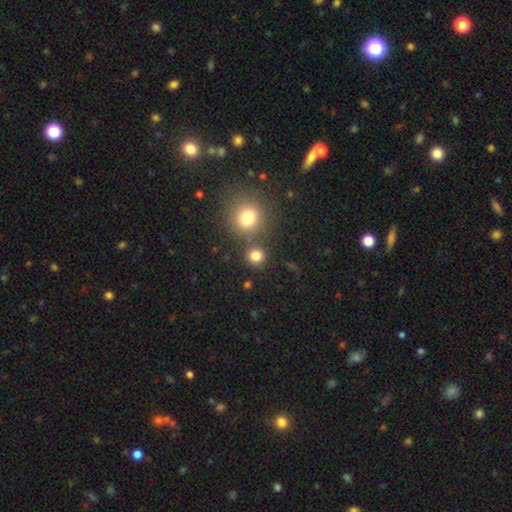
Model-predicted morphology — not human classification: smooth 80%, star or artifact 15%, featured or disk 5%. Down the decision tree: how rounded — round (91%); merging — none (77%).